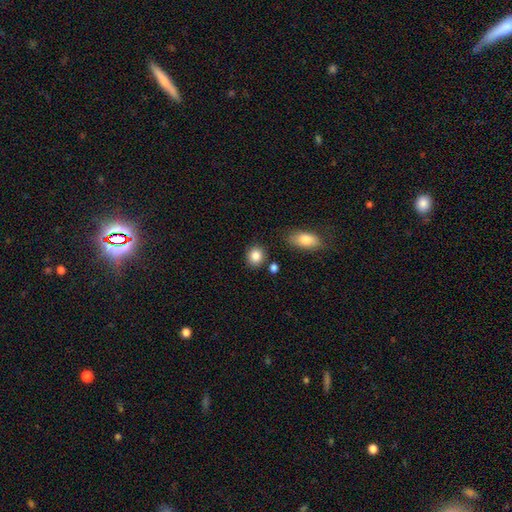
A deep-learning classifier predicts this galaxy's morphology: Smooth or featured: smooth — 86% (star or artifact — 9%)
How rounded: round — 69% (in between — 29%)
Merging: none — 83% (minor disturbance — 9%)